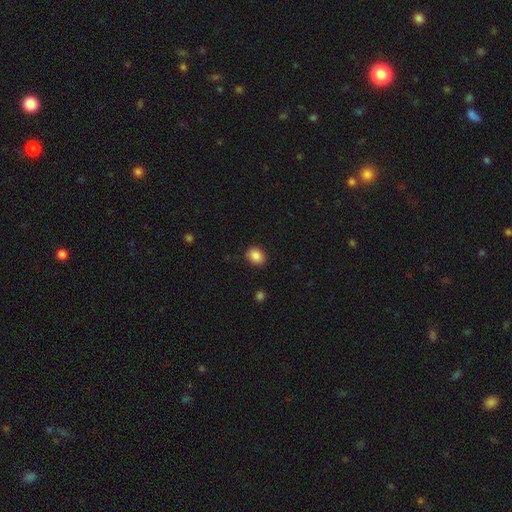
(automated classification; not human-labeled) A smooth galaxy with no disk features (87%) that is in between round and cigar-shaped (51%). Merging: none (88%).